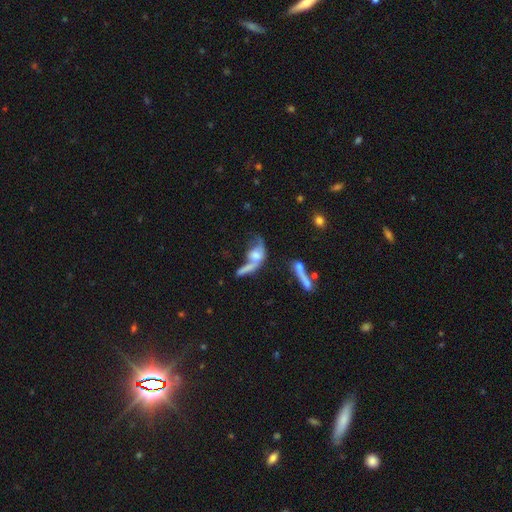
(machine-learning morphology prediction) smooth-or-featured: smooth: 49% | featured or disk: 41% | star or artifact: 11%
  merging: merger: 47% | major disturbance: 21% | none: 20% | minor disturbance: 12%